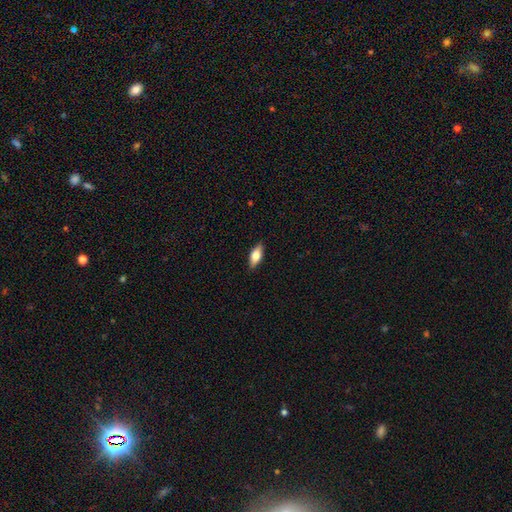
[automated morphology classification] Smooth or featured: smooth — 66% (featured or disk — 28%)
How rounded: in between — 77% (cigar-shaped — 20%)
Merging: none — 87% (minor disturbance — 10%)